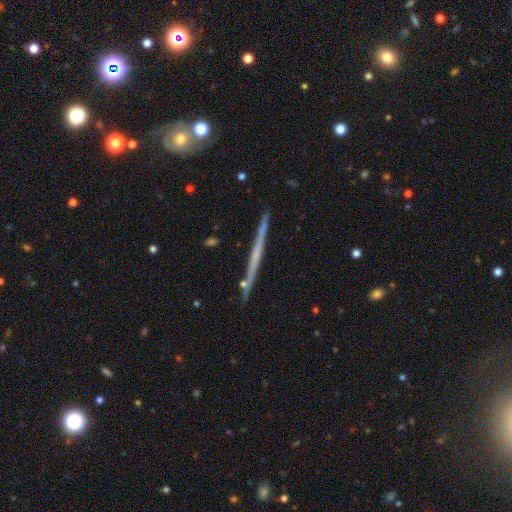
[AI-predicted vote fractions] smooth_or_featured: featured or disk (p=0.63) [alt: smooth p=0.30]
disk_edge_on: yes (p=0.98) [alt: no p=0.02]
edge_on_bulge: none (p=0.87) [alt: rounded p=0.09]
merging: none (p=0.89) [alt: minor disturbance p=0.07]